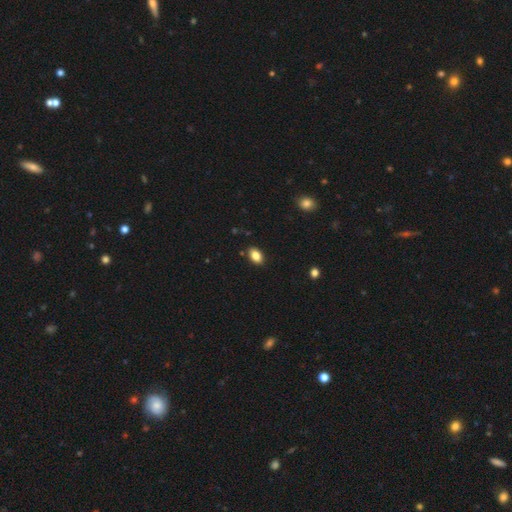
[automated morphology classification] type=smooth (85%); roundness=in between (88%); merging=none (88%).